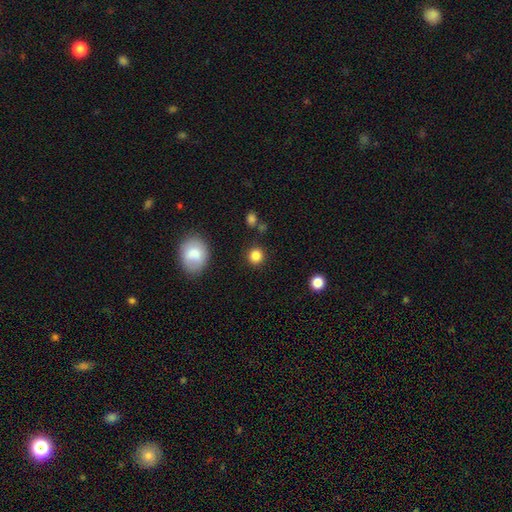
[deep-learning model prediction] A smooth galaxy with no disk features (85%) that is round (90%). Merging: none (86%).